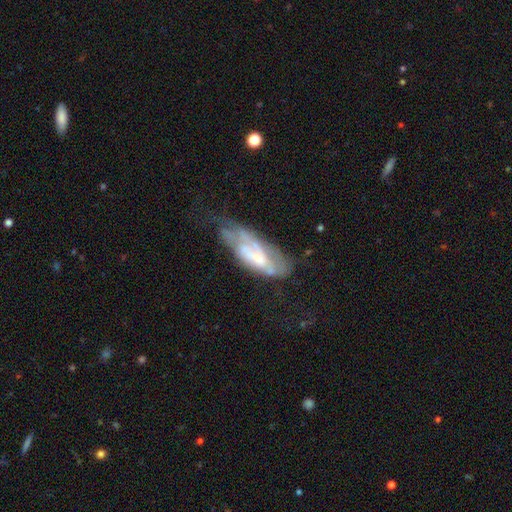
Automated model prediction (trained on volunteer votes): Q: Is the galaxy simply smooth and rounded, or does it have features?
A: featured or disk — 61%.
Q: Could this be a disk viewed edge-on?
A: no — 84%.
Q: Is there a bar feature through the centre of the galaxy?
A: no — 60%.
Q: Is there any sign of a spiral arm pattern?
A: no — 51%.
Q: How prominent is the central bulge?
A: moderate — 40%.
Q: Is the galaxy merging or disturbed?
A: major disturbance — 36%.